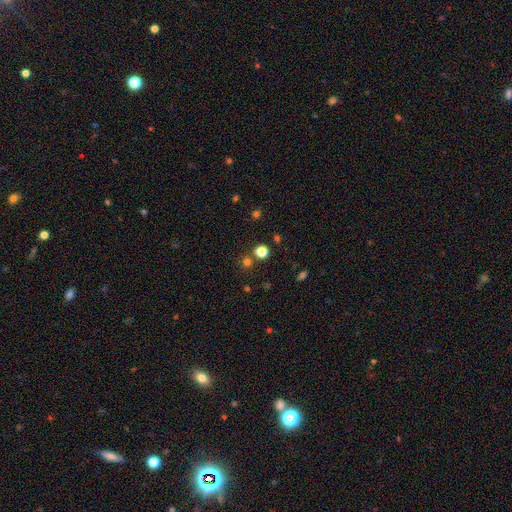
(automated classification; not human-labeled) Smooth or featured: star or artifact — 53% (smooth — 33%)